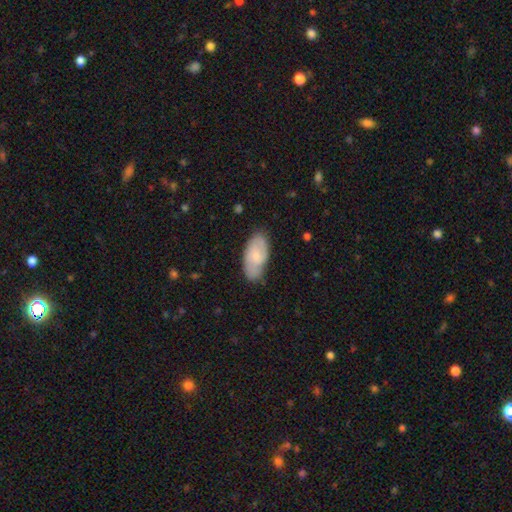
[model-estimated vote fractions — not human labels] smooth_or_featured: smooth (p=0.48) [alt: featured or disk p=0.46]
merging: none (p=0.76) [alt: minor disturbance p=0.19]